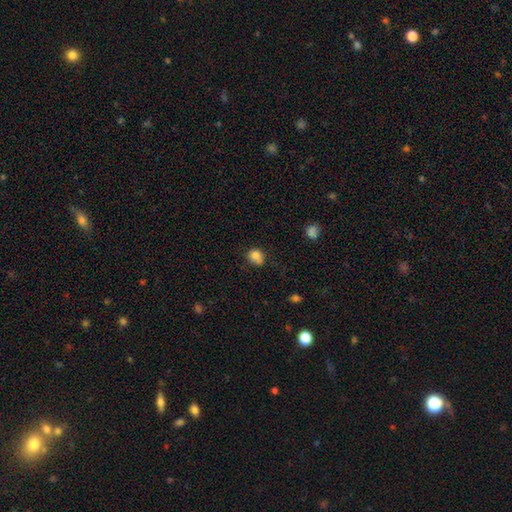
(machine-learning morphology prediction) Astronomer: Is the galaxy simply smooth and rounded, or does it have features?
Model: smooth — 80%.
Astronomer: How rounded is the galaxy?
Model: round — 67%.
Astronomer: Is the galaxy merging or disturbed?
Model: none — 51% (runner-up: minor disturbance, 28%).